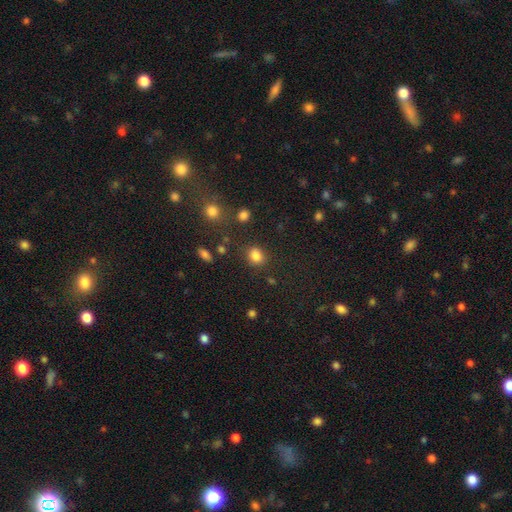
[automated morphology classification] type=smooth (82%); roundness=round (57%); merging=none (78%).